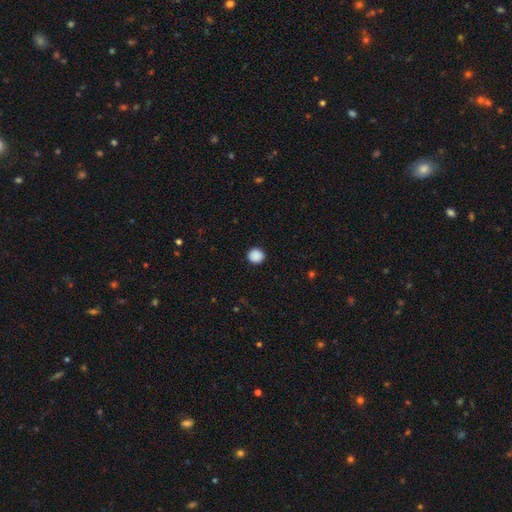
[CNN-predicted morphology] Smooth or featured?
  - smooth: 89% *
  - star or artifact: 9%
  - featured or disk: 2%
How rounded?
  - round: 88% *
  - in between: 11%
  - cigar-shaped: 1%
Merging?
  - none: 91% *
  - minor disturbance: 6%
  - major disturbance: 2%
  - merger: 1%